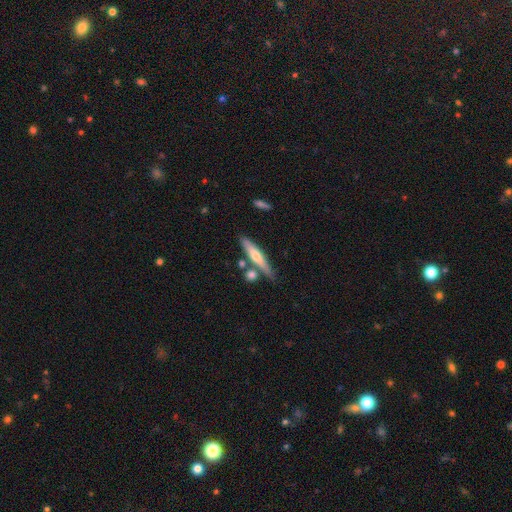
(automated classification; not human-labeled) smooth_or_featured: smooth (p=0.49) [alt: featured or disk p=0.45]
merging: none (p=0.72) [alt: minor disturbance p=0.13]